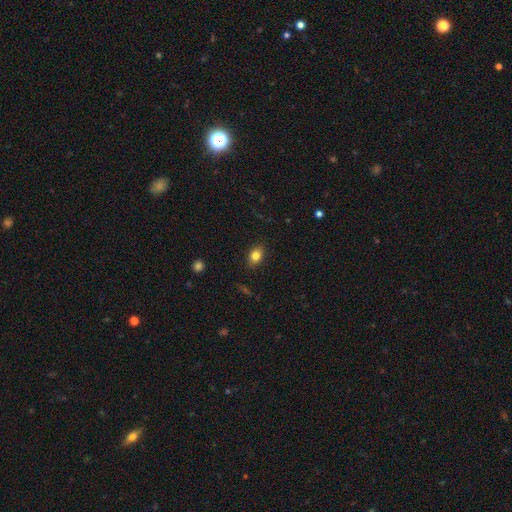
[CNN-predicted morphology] smooth 82%, star or artifact 10%, featured or disk 8%. Down the decision tree: how rounded — in between (75%); merging — none (88%).